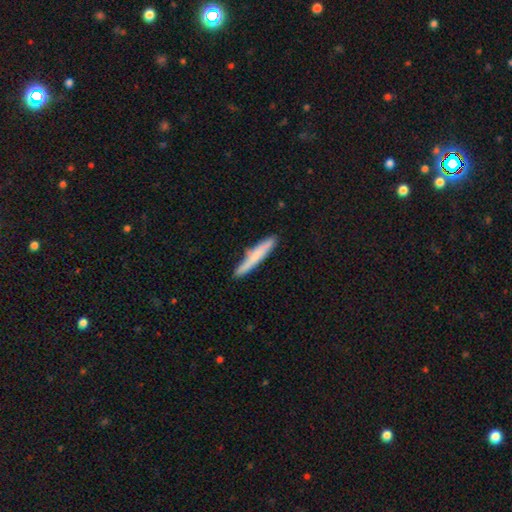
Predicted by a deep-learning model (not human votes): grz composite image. It shows a smooth galaxy with no disk features (67%) that is cigar-shaped (94%). Merging: none (80%).